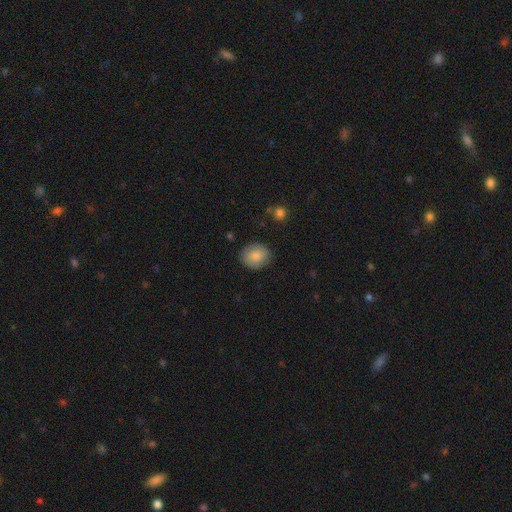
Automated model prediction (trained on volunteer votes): Smooth or featured: smooth — 84% (featured or disk — 9%)
How rounded: round — 62% (in between — 37%)
Merging: none — 84% (minor disturbance — 12%)